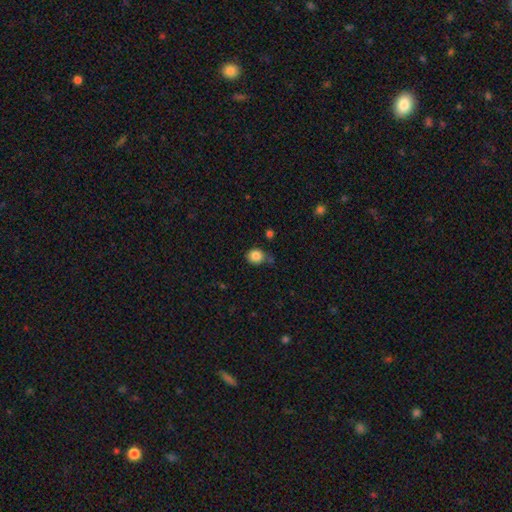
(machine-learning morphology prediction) A smooth galaxy with no disk features (86%) that is round (78%).

Vote fractions:
- Smooth or featured? smooth: 86% / star or artifact: 10% / featured or disk: 4%
- How rounded? round: 78% / in between: 21% / cigar-shaped: 1%
- Merging? none: 75% / minor disturbance: 15% / merger: 6% / major disturbance: 4%